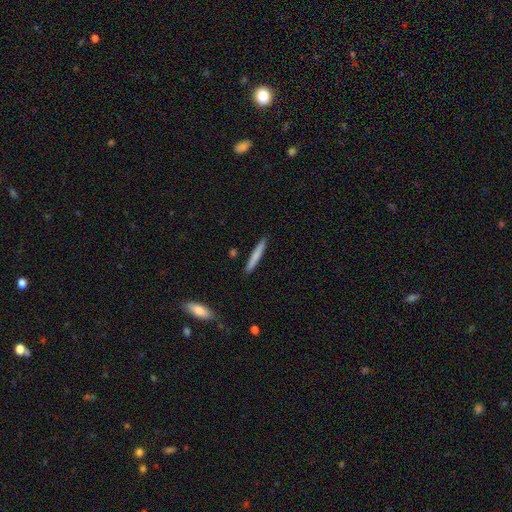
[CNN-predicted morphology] smooth 75%, featured or disk 20%, star or artifact 5%. Down the decision tree: how rounded — cigar-shaped (96%); merging — none (90%).